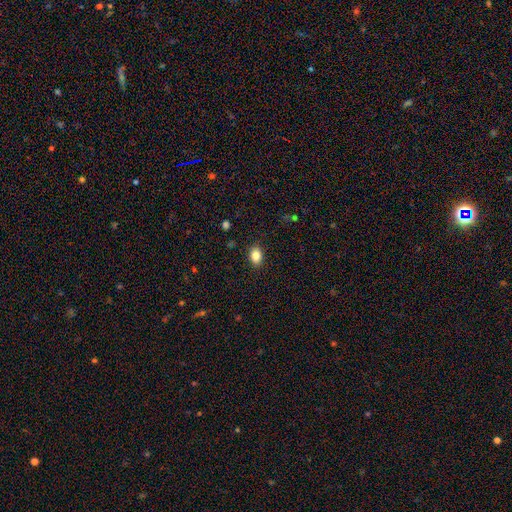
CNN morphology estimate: Overall: smooth (85%). How rounded: in between (77%). Merging: none (89%).